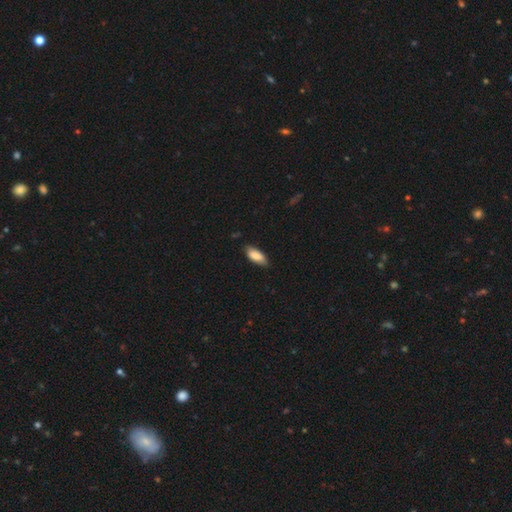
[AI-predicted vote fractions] smooth 84%, featured or disk 10%, star or artifact 6%. Down the decision tree: how rounded — in between (83%); merging — none (79%).